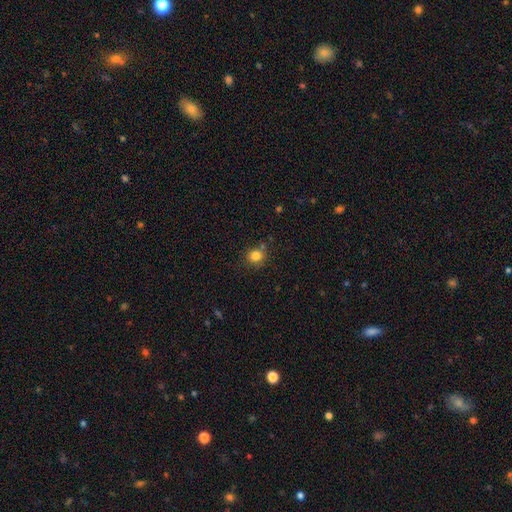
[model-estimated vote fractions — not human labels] Overall: smooth (82%). How rounded: round (82%). Merging: none (78%).